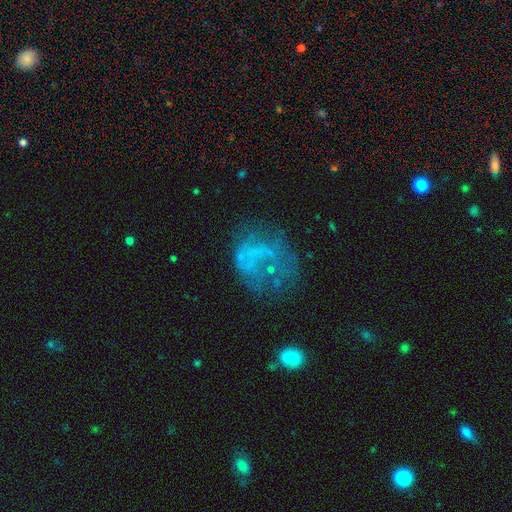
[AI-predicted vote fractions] The model was most divided on "merging": major disturbance: 43%, none: 33%, minor disturbance: 17%, merger: 6%. Remaining: smooth or featured — featured or disk (49%).